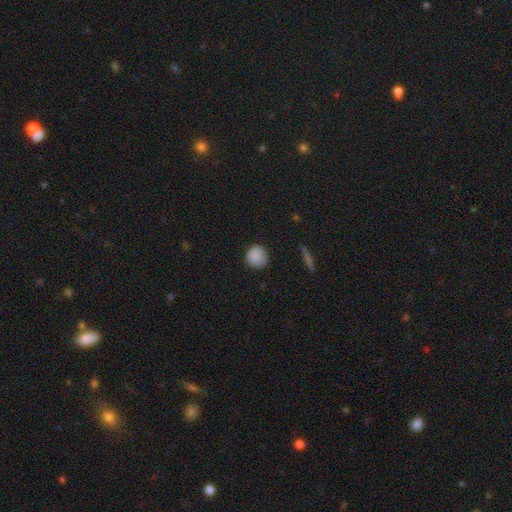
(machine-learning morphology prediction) This is clearly a smooth galaxy (87%). How rounded: clearly round (92%). Merging: clearly none (85%).